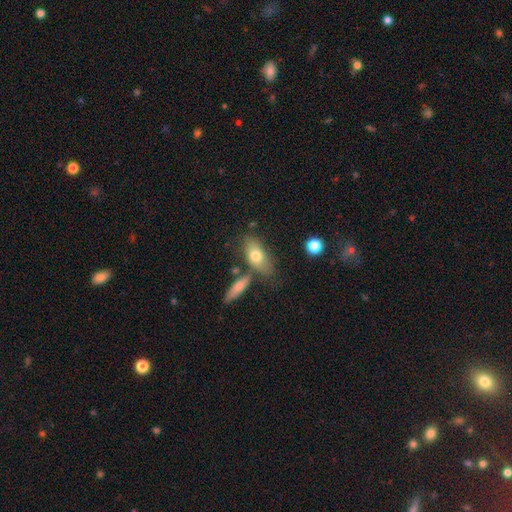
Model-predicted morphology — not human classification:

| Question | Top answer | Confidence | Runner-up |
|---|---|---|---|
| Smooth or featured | smooth | 71% | featured or disk (22%) |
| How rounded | in between | 83% | cigar-shaped (12%) |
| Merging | none | 60% | merger (18%) |